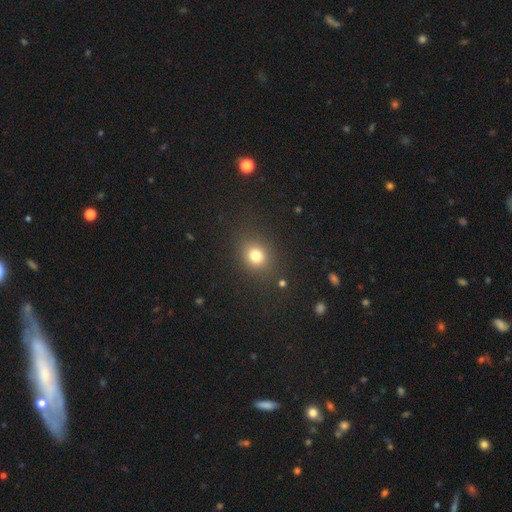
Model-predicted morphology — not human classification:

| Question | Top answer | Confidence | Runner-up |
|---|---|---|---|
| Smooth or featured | smooth | 79% | star or artifact (15%) |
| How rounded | round | 71% | in between (28%) |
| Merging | none | 84% | minor disturbance (9%) |